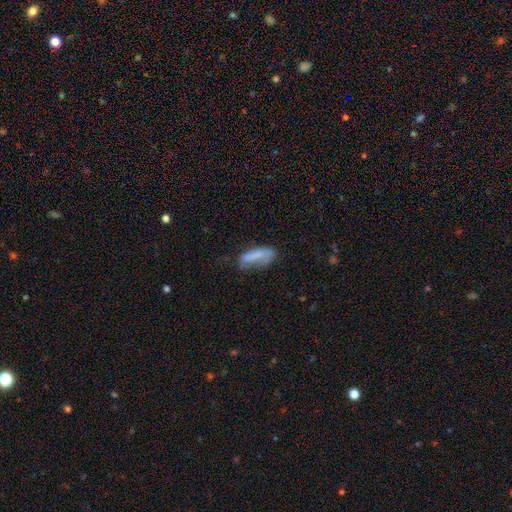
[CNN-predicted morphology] smooth 71%, featured or disk 20%, star or artifact 9%. Down the decision tree: how rounded — in between (55%); merging — none (43%).